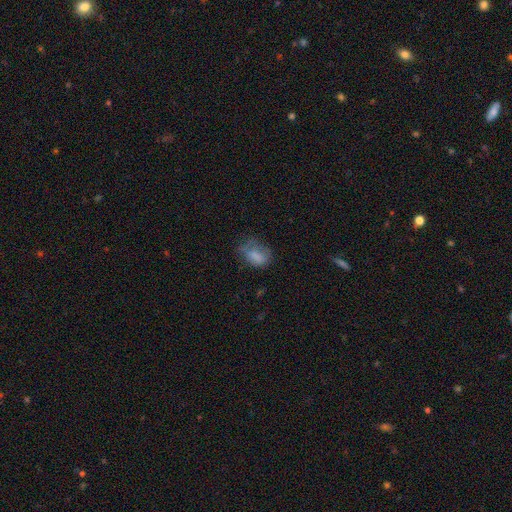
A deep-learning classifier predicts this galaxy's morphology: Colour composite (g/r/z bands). It shows a smooth galaxy with no disk features (71%) that is in between round and cigar-shaped (76%). Merging: none (37%).